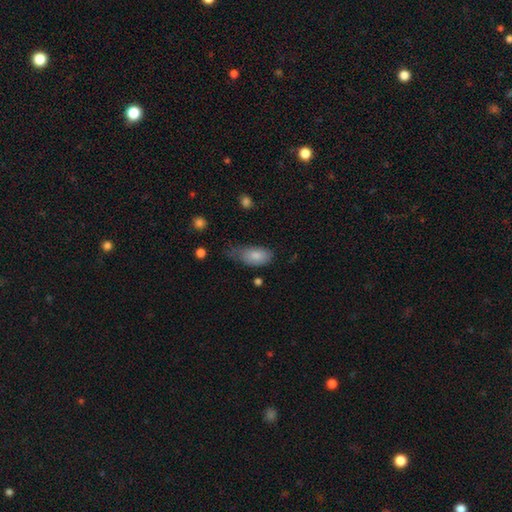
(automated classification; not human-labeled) Smooth or featured: smooth — 81% (featured or disk — 12%)
How rounded: in between — 91% (cigar-shaped — 5%)
Merging: minor disturbance — 44% (none — 33%)